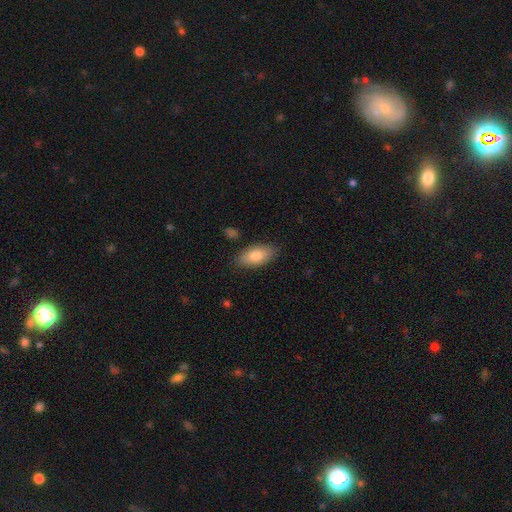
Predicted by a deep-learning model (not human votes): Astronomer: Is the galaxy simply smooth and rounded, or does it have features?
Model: smooth — 81%.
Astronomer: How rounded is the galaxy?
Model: in between — 91%.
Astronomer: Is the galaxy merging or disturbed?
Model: none — 85%.